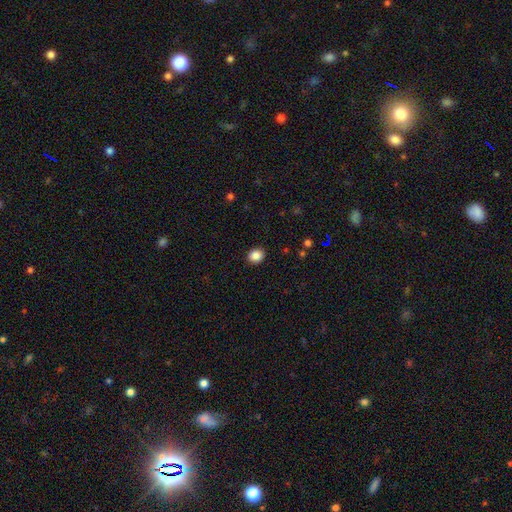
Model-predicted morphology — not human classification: This appears to be a smooth galaxy with no disk features (87%) that is round (67%). Merging: none (91%).